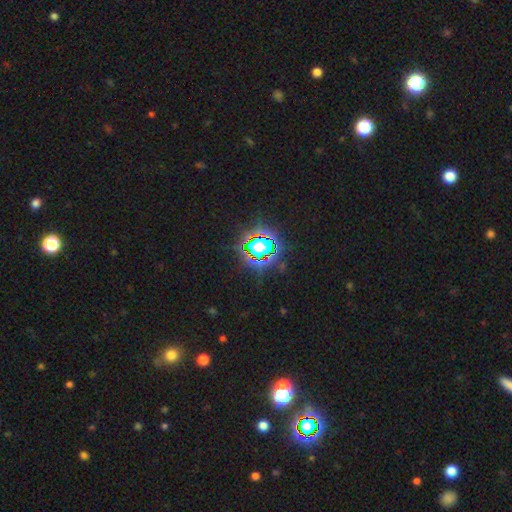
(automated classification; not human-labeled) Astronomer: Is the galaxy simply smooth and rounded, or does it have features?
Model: star or artifact — 79%.